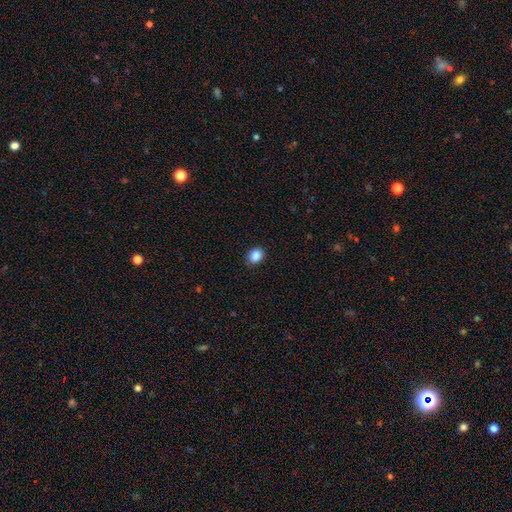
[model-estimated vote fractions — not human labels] smooth-or-featured: smooth: 87% | star or artifact: 10% | featured or disk: 3%
  how-rounded: round: 61% | in between: 38% | cigar-shaped: 1%
  merging: none: 89% | minor disturbance: 8% | major disturbance: 2% | merger: 1%